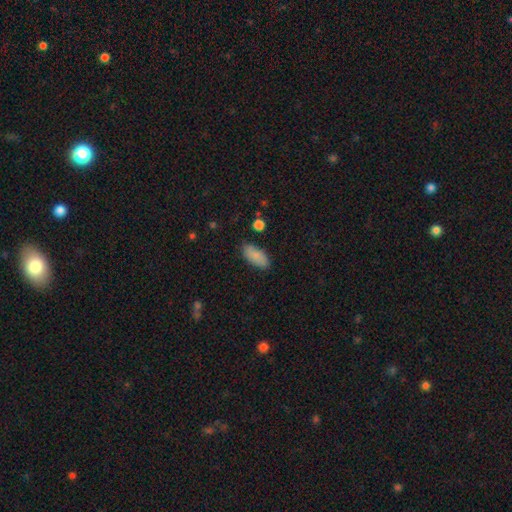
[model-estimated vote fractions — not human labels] smooth_or_featured: smooth (p=0.85) [alt: featured or disk p=0.08]
how_rounded: in between (p=0.89) [alt: cigar-shaped p=0.09]
merging: none (p=0.81) [alt: minor disturbance p=0.14]